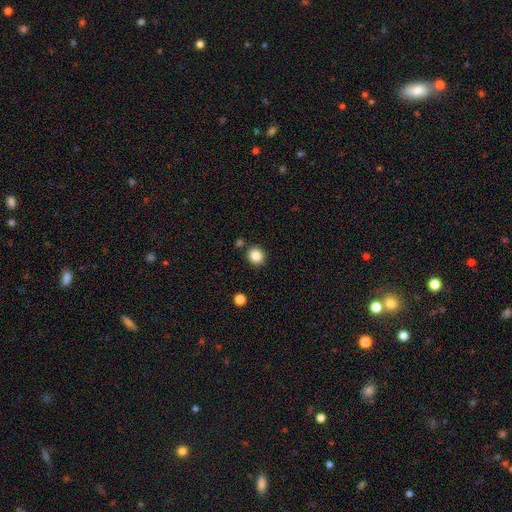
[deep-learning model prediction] Smooth or featured: smooth — 85% (star or artifact — 10%)
How rounded: round — 83% (in between — 17%)
Merging: none — 85% (minor disturbance — 7%)